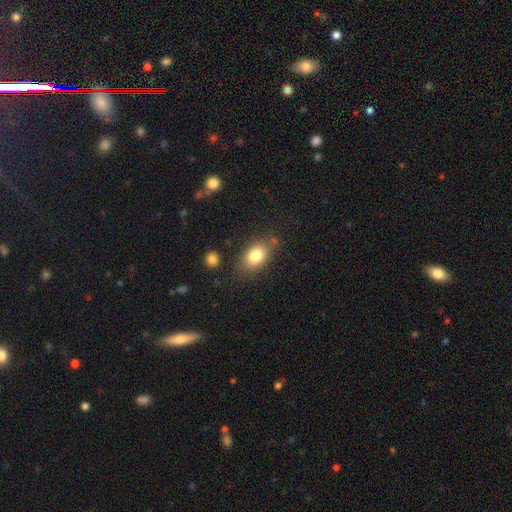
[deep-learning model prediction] smooth 81%, featured or disk 11%, star or artifact 9%. Down the decision tree: how rounded — in between (81%); merging — none (76%).